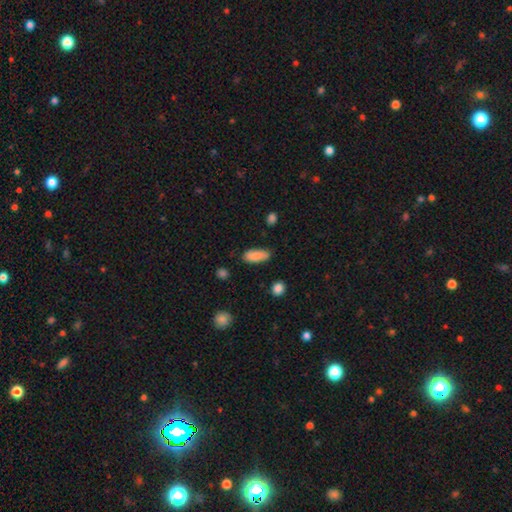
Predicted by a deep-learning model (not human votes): Q: Smooth or featured?
A: smooth (87%); runner-up: star or artifact (7%)
Q: How rounded?
A: in between (76%); runner-up: cigar-shaped (22%)
Q: Merging?
A: none (78%); runner-up: minor disturbance (17%)